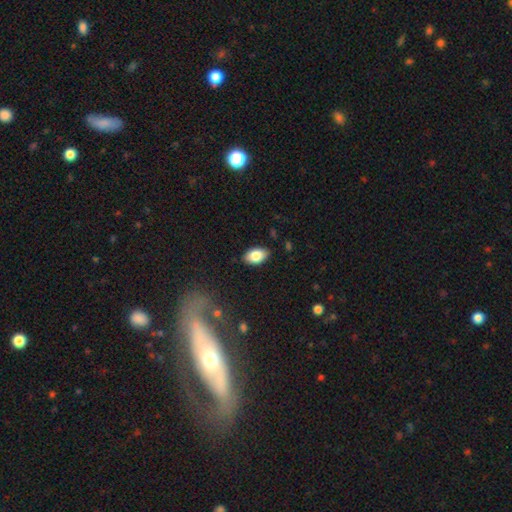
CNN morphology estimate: A smooth galaxy with no disk features (84%) that is in between round and cigar-shaped (92%).

Vote fractions:
- Smooth or featured? smooth: 84% / featured or disk: 8% / star or artifact: 7%
- How rounded? in between: 92% / round: 7% / cigar-shaped: 2%
- Merging? none: 86% / minor disturbance: 11% / major disturbance: 2% / merger: 1%